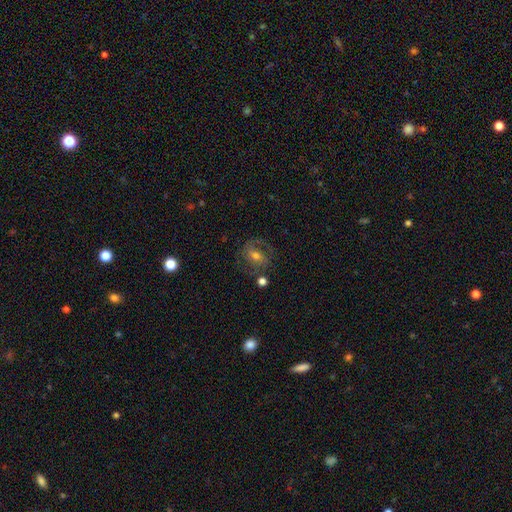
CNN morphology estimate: smooth_or_featured: featured or disk (p=0.62) [alt: smooth p=0.27]
disk_edge_on: no (p=0.96) [alt: yes p=0.04]
bar: weak (p=0.43) [alt: no p=0.35]
has_spiral_arms: yes (p=0.83) [alt: no p=0.17]
bulge_size: moderate (p=0.59) [alt: small p=0.29]
merging: none (p=0.68) [alt: minor disturbance p=0.16]